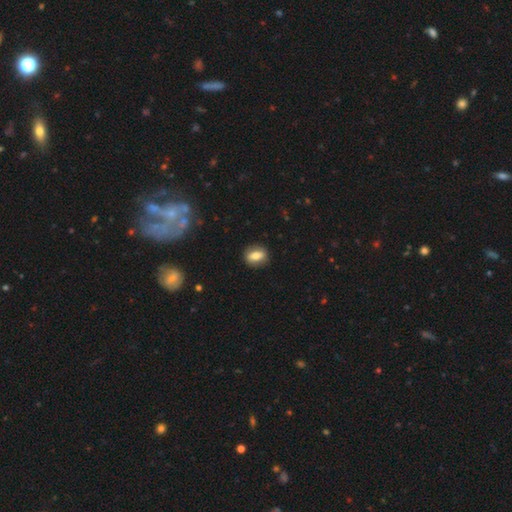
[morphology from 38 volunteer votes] Volunteers were most divided on "smooth or featured": smooth: 61%, featured or disk: 32%, star or artifact: 8%. More confident: merging — none (83%); how rounded — in between (74%).